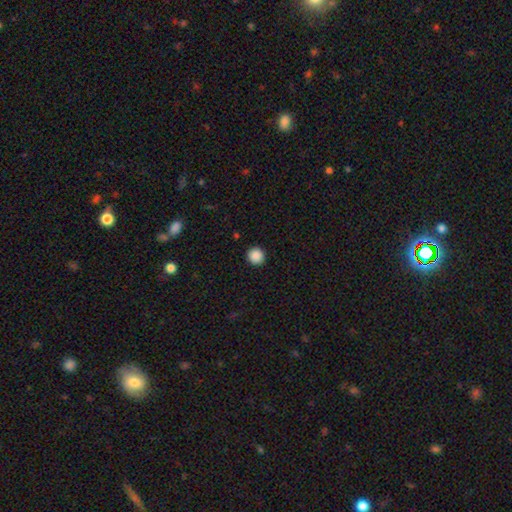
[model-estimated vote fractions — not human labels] smooth_or_featured: smooth (p=0.88) [alt: star or artifact p=0.09]
how_rounded: round (p=0.93) [alt: in between p=0.06]
merging: none (p=0.93) [alt: minor disturbance p=0.05]